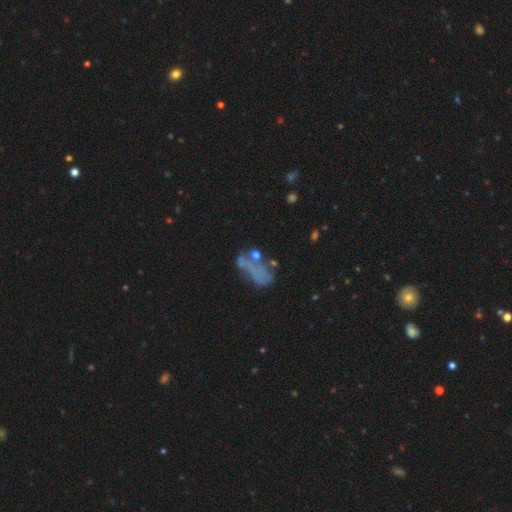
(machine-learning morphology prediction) This appears to be a smooth galaxy with no disk features (42%). Merging: major disturbance (34%).